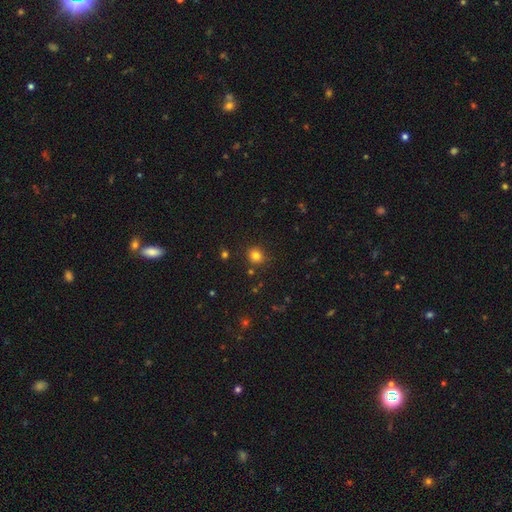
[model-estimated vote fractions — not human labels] A smooth galaxy with no disk features (80%) that is round (83%). Merging: none (85%).